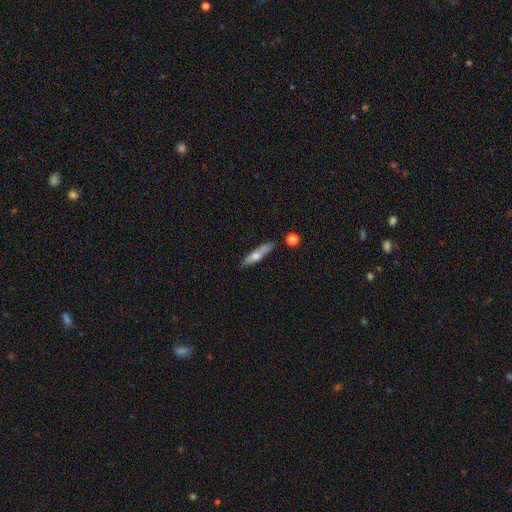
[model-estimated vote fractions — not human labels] Smooth or featured? smooth (55%)
How rounded? cigar-shaped (78%)
Merging? none (73%)